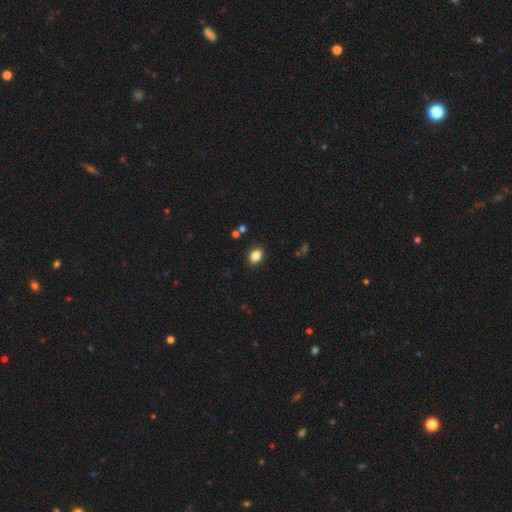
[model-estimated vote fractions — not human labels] Smooth or featured? smooth (85%)
How rounded? in between (63%)
Merging? none (88%)